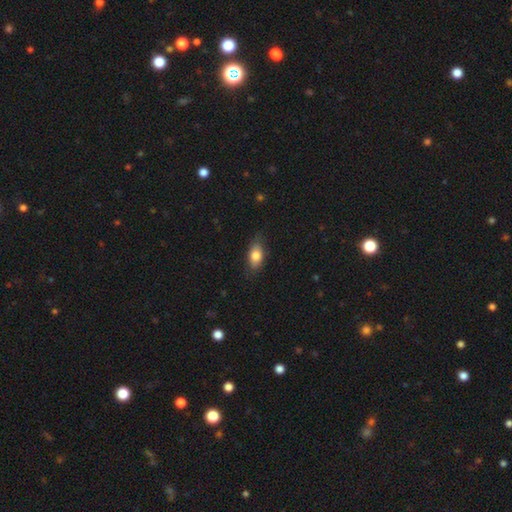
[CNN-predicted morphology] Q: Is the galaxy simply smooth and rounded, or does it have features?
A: smooth — 80%.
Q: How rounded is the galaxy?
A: in between — 86%.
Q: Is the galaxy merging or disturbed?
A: none — 78%.